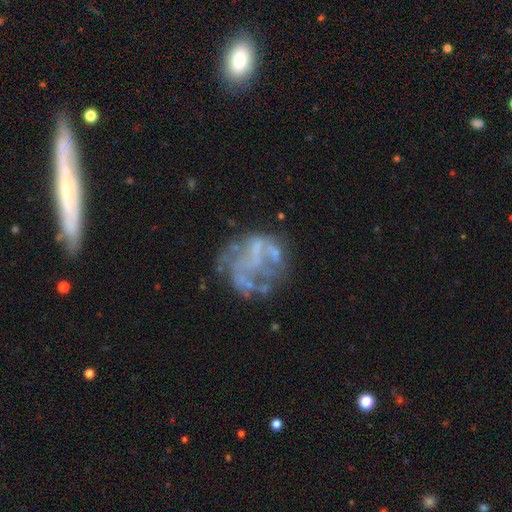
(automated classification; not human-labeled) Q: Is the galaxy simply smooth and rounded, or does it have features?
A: featured or disk — 68%.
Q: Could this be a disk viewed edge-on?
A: no — 98%.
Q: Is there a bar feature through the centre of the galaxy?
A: no — 78%.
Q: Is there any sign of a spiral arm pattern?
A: no — 79%.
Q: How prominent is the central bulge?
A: none — 77%.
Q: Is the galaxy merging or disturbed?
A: none — 48%.